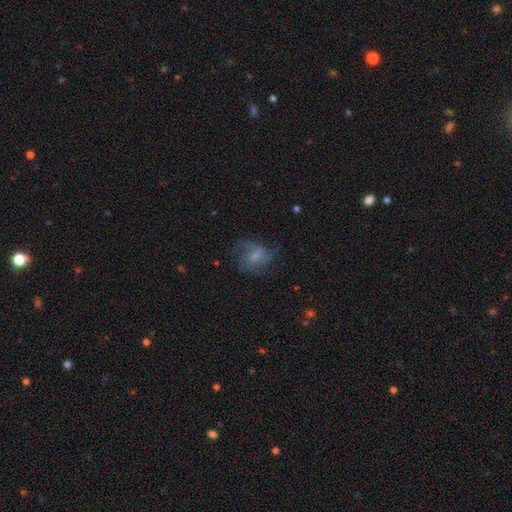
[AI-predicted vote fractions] Smooth or featured? featured or disk (53%)
Edge-on disk? no (97%)
Bar? no (48%)
Spiral arms? yes (79%)
Bulge size? none (36%)
Merging? none (54%)